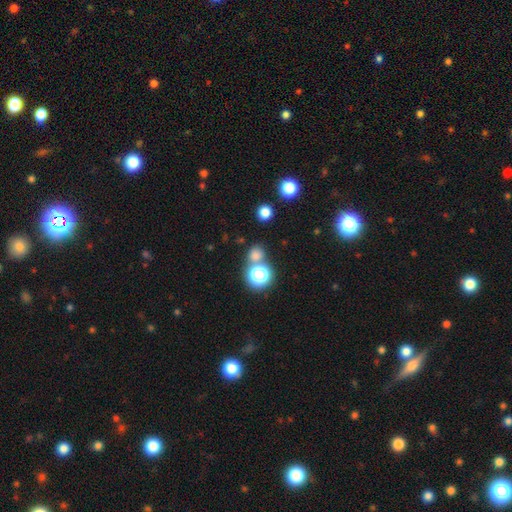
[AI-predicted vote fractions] smooth-or-featured: smooth: 67% | star or artifact: 27% | featured or disk: 6%
  how-rounded: round: 79% | in between: 19% | cigar-shaped: 1%
  merging: none: 65% | merger: 23% | minor disturbance: 8% | major disturbance: 4%